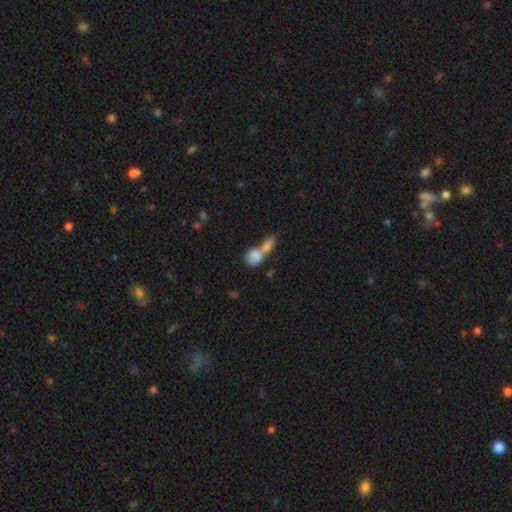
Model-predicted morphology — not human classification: Smooth or featured? Predicted: smooth (p=0.80). How rounded? Predicted: in between (p=0.54). Merging? Predicted: merger (p=0.71).